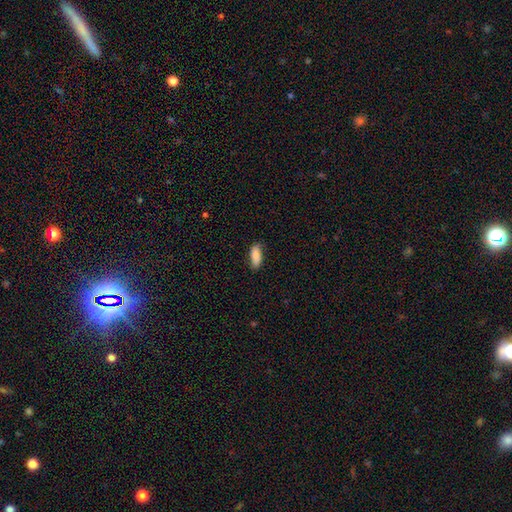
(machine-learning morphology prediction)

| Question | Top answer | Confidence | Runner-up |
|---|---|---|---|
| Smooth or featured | smooth | 85% | featured or disk (9%) |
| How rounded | in between | 79% | cigar-shaped (19%) |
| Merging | none | 80% | minor disturbance (16%) |